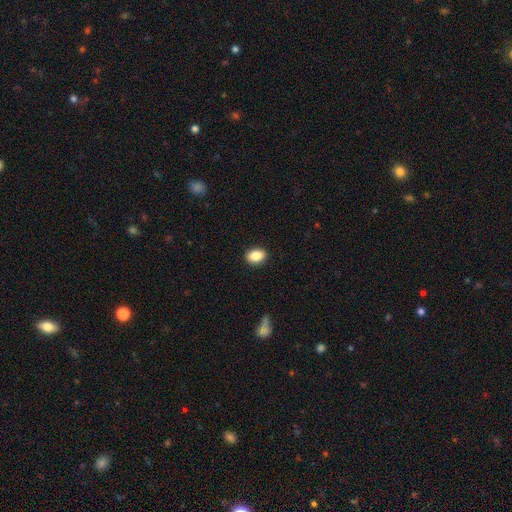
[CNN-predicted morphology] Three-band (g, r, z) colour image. It shows a smooth galaxy with no disk features (85%) that is in between round and cigar-shaped (79%). Merging: none (89%).